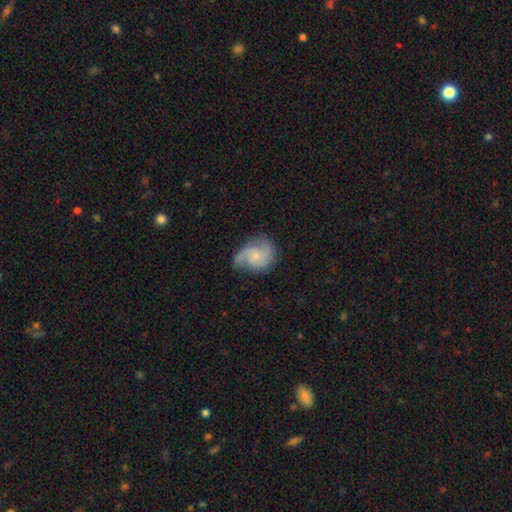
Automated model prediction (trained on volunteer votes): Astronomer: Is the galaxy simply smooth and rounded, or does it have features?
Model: featured or disk — 74%.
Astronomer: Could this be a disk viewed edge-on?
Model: no — 98%.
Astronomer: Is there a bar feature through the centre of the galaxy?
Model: no — 70%.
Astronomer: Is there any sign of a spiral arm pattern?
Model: yes — 95%.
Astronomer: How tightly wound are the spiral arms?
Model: medium — 48% (runner-up: tight, 27%).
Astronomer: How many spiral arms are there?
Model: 2 — 64%.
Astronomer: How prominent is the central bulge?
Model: small — 64%.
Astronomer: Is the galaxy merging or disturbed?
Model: none — 60%.